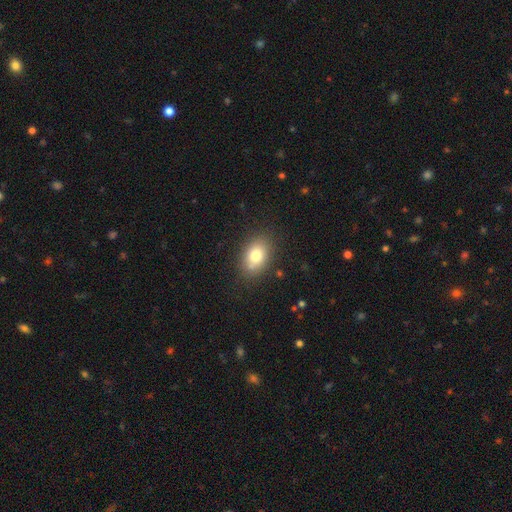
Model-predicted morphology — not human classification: type=smooth (78%); roundness=in between (81%); merging=none (79%).